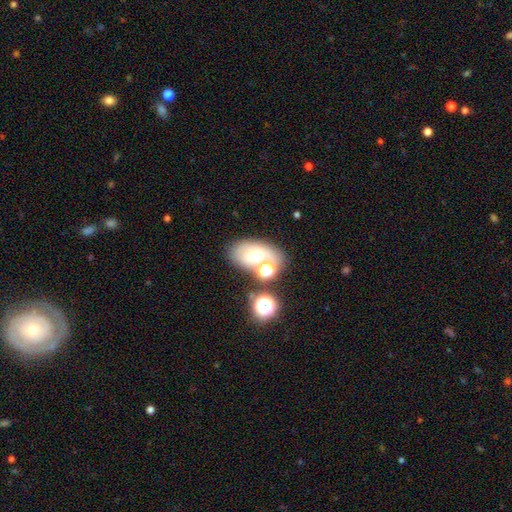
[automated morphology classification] type=smooth (54%); roundness=in between (77%); merging=none (48%).